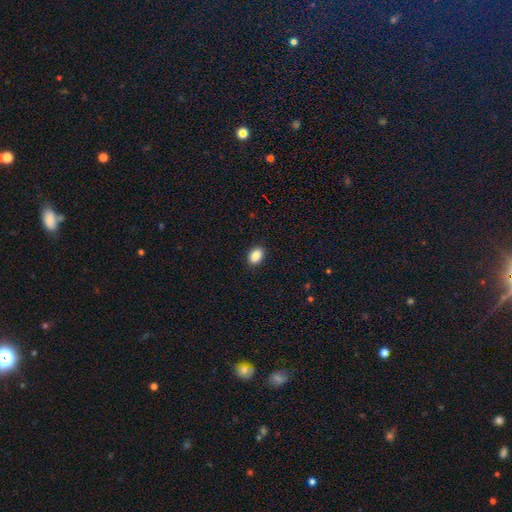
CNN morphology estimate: Q: Smooth or featured?
A: smooth (88%); runner-up: star or artifact (8%)
Q: How rounded?
A: in between (81%); runner-up: round (17%)
Q: Merging?
A: none (90%); runner-up: minor disturbance (8%)